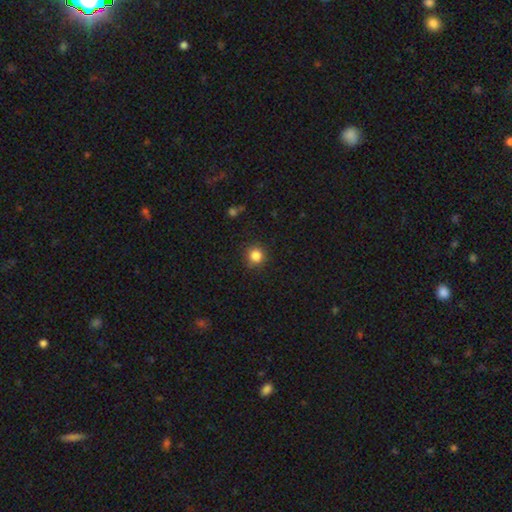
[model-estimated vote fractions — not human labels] Q: Smooth or featured?
A: smooth (84%); runner-up: star or artifact (12%)
Q: How rounded?
A: round (93%); runner-up: in between (6%)
Q: Merging?
A: none (88%); runner-up: minor disturbance (8%)